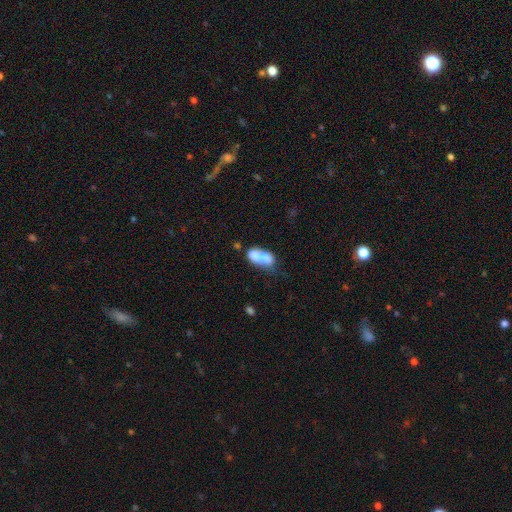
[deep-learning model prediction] The model was most divided on "merging": none: 33%, merger: 32%, minor disturbance: 22%, major disturbance: 13%. More confident: smooth or featured — smooth (71%); how rounded — in between (66%).